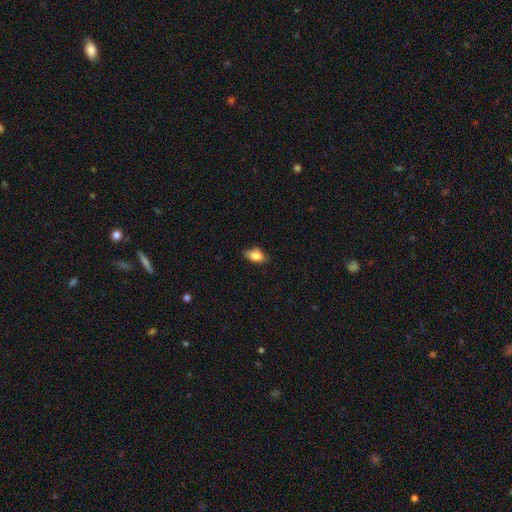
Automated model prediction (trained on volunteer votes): smooth_or_featured: smooth (p=0.80) [alt: featured or disk p=0.12]
how_rounded: in between (p=0.87) [alt: round p=0.07]
merging: none (p=0.80) [alt: minor disturbance p=0.16]